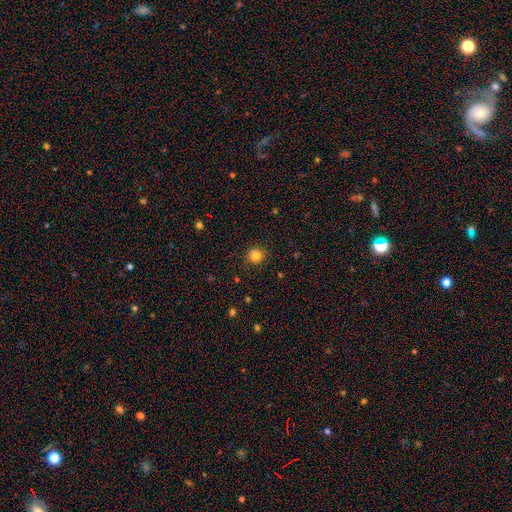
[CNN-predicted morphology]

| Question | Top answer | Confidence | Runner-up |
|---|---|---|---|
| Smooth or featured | smooth | 83% | star or artifact (12%) |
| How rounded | round | 93% | in between (6%) |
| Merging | none | 90% | minor disturbance (7%) |